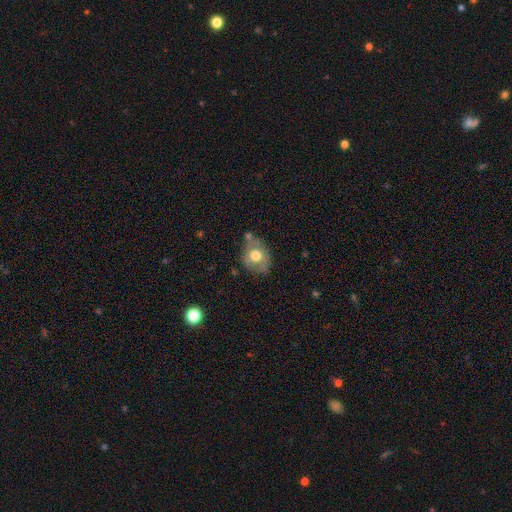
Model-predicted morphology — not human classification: smooth-or-featured: smooth: 57% | featured or disk: 35% | star or artifact: 8%
  how-rounded: round: 52% | in between: 47% | cigar-shaped: 1%
  merging: none: 57% | minor disturbance: 26% | merger: 9% | major disturbance: 8%